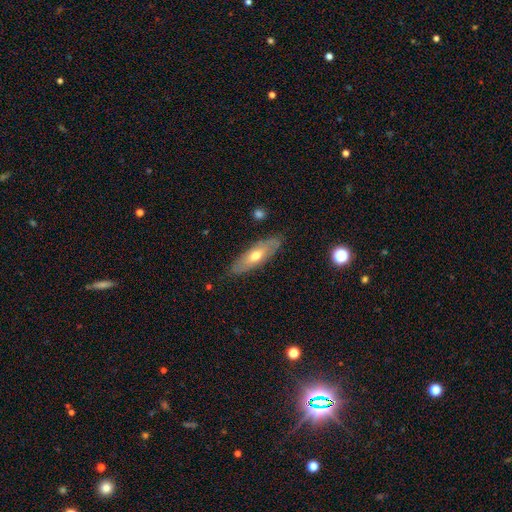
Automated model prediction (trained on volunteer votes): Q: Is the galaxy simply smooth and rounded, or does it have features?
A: smooth — 50%.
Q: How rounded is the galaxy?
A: in between — 55%.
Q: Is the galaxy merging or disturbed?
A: none — 84%.